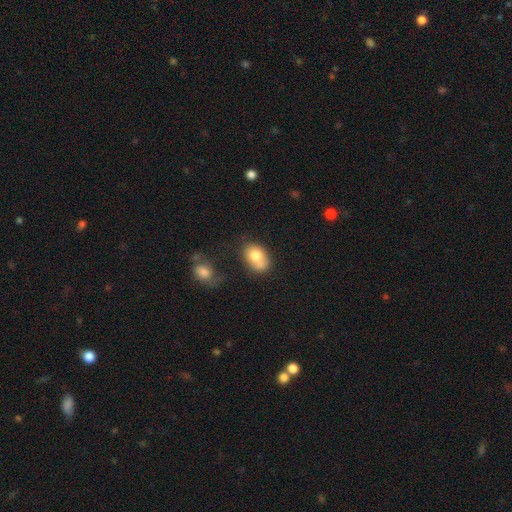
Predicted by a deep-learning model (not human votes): smooth_or_featured: smooth (p=0.75) [alt: featured or disk p=0.17]
how_rounded: in between (p=0.72) [alt: round p=0.27]
merging: none (p=0.43) [alt: merger p=0.29]